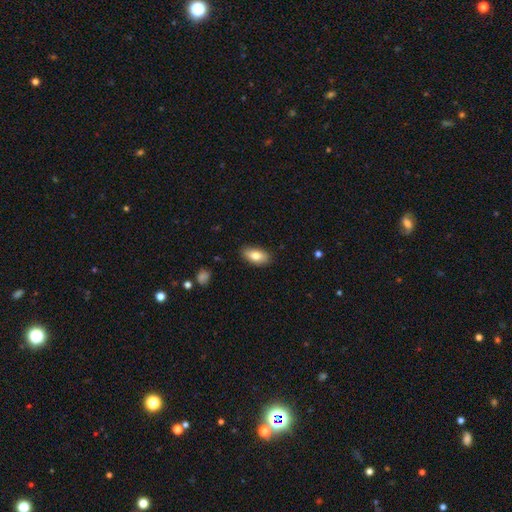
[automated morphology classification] Smooth or featured: smooth — 81% (featured or disk — 12%)
How rounded: in between — 91% (cigar-shaped — 5%)
Merging: none — 87% (minor disturbance — 10%)